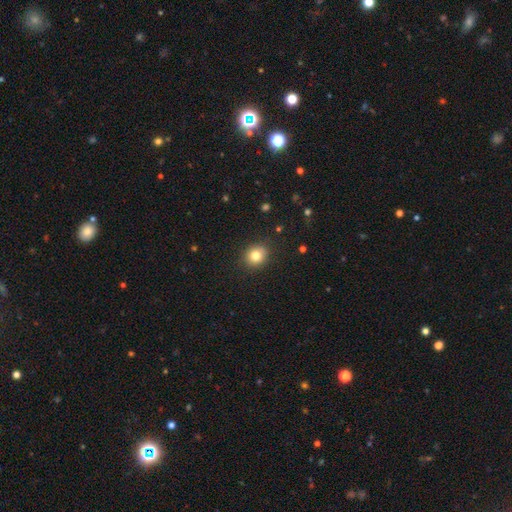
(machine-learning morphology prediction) smooth-or-featured: smooth: 81% | star or artifact: 11% | featured or disk: 8%
  how-rounded: round: 73% | in between: 26% | cigar-shaped: 1%
  merging: none: 88% | minor disturbance: 9% | major disturbance: 2% | merger: 1%